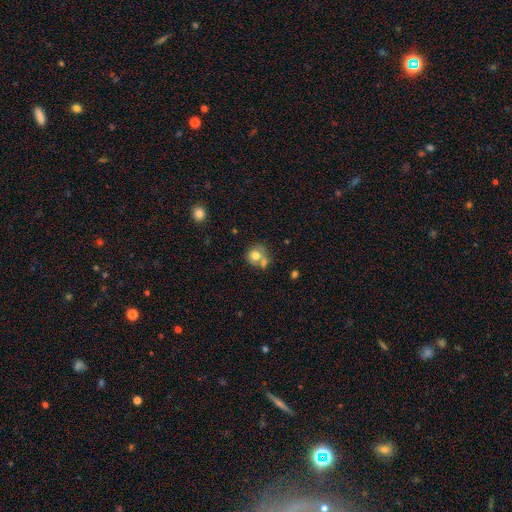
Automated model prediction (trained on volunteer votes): smooth-or-featured: smooth: 71% | featured or disk: 20% | star or artifact: 9%
  how-rounded: round: 79% | in between: 20% | cigar-shaped: 1%
  merging: merger: 44% | none: 39% | minor disturbance: 12% | major disturbance: 5%